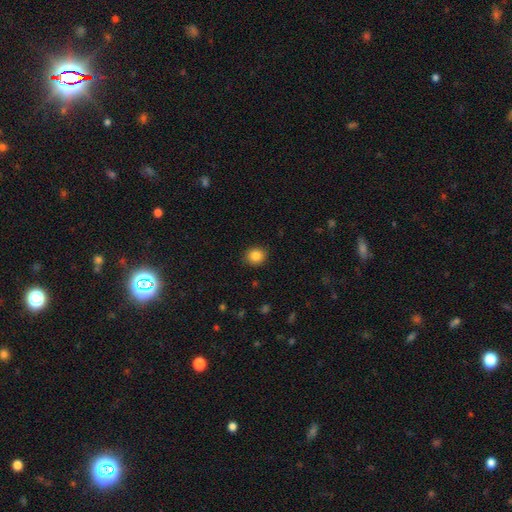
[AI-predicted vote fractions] The model was most divided on "how rounded": round: 79%, in between: 20%, cigar-shaped: 1%. More confident: merging — none (89%); smooth or featured — smooth (85%).